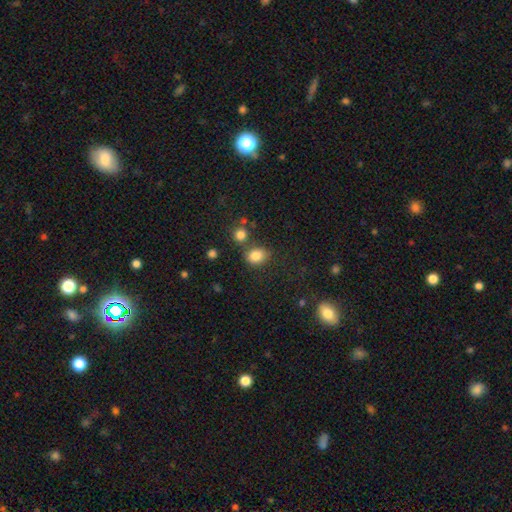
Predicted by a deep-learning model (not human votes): A smooth galaxy with no disk features (83%) that is round (54%).

Vote fractions:
- Smooth or featured? smooth: 83% / star or artifact: 11% / featured or disk: 6%
- How rounded? round: 54% / in between: 45% / cigar-shaped: 1%
- Merging? none: 65% / merger: 17% / minor disturbance: 14% / major disturbance: 5%